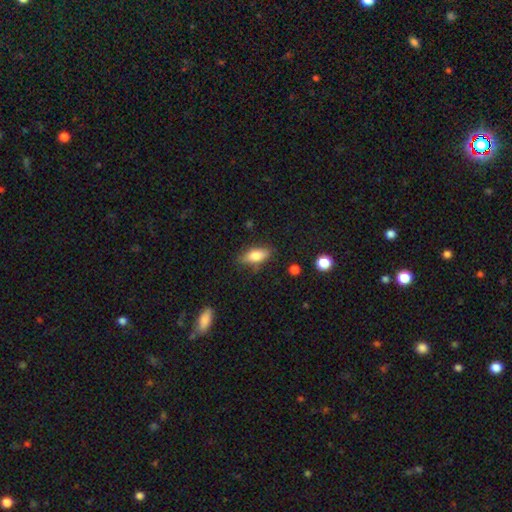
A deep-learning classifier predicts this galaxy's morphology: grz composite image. It shows a smooth galaxy with no disk features (75%) that is in between round and cigar-shaped (79%). Merging: none (76%).